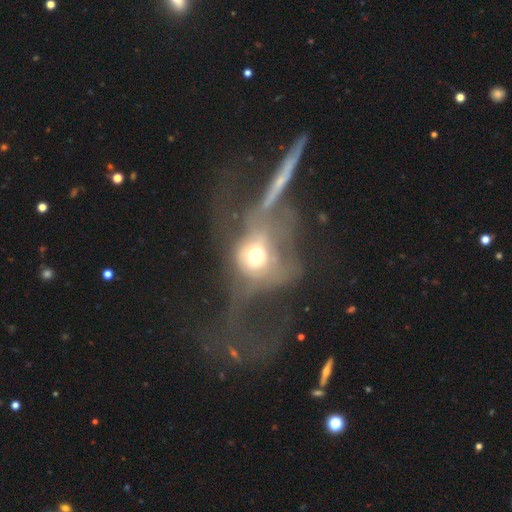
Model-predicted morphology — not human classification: Smooth or featured?
  - featured or disk: 45% *
  - smooth: 41%
  - star or artifact: 14%
Merging?
  - major disturbance: 46% *
  - merger: 34%
  - none: 13%
  - minor disturbance: 8%